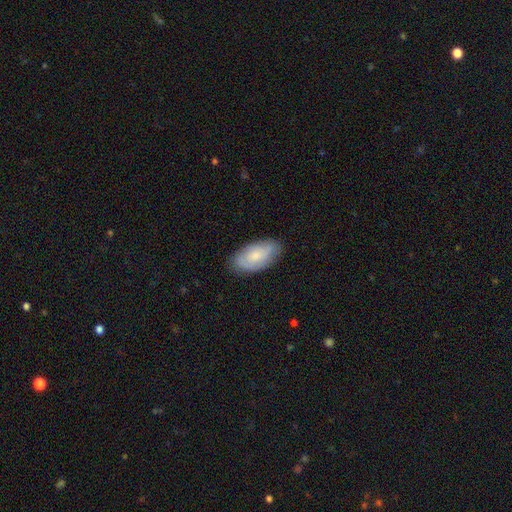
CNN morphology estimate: smooth-or-featured: smooth: 63% | featured or disk: 31% | star or artifact: 6%
  how-rounded: in between: 93% | cigar-shaped: 3% | round: 3%
  merging: none: 78% | minor disturbance: 17% | major disturbance: 4% | merger: 1%